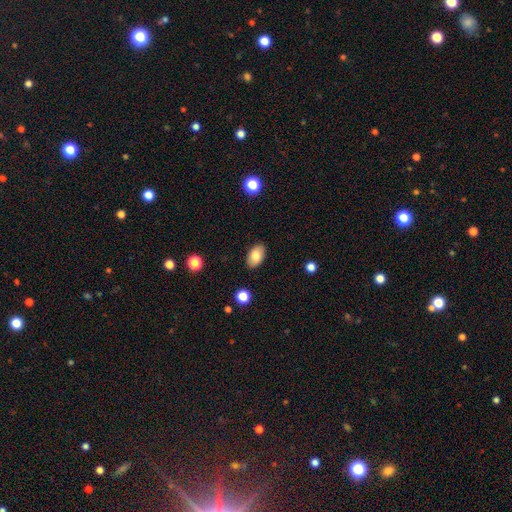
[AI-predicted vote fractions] Smooth or featured? smooth (81%)
How rounded? in between (92%)
Merging? none (87%)